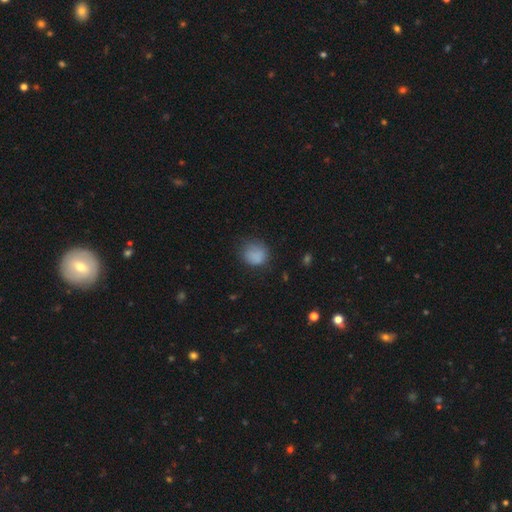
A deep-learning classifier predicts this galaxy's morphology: A smooth galaxy with no disk features (83%) that is round (78%). Merging: none (66%).